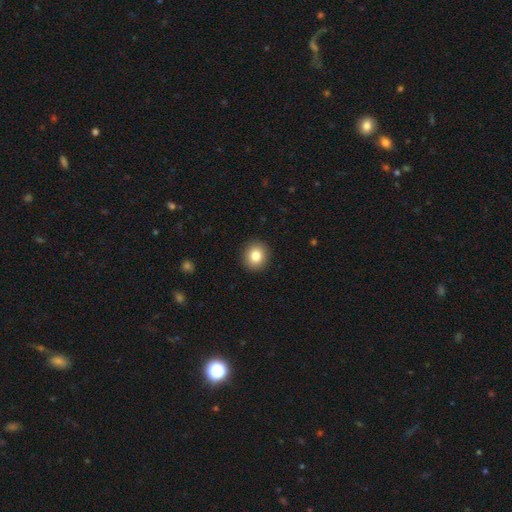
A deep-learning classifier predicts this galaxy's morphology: type=smooth (82%); roundness=round (85%); merging=none (92%).